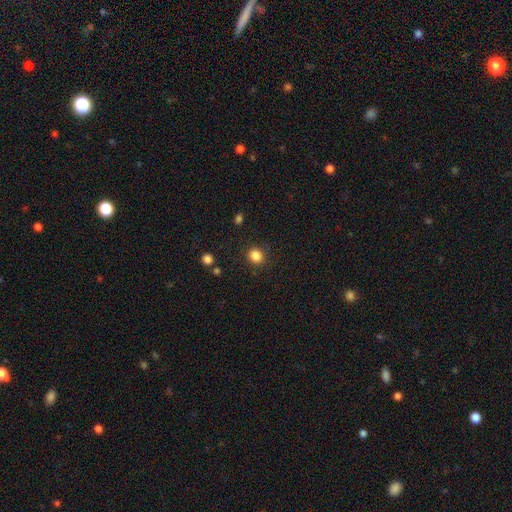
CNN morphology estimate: Smooth or featured? smooth (84%)
How rounded? round (81%)
Merging? none (87%)